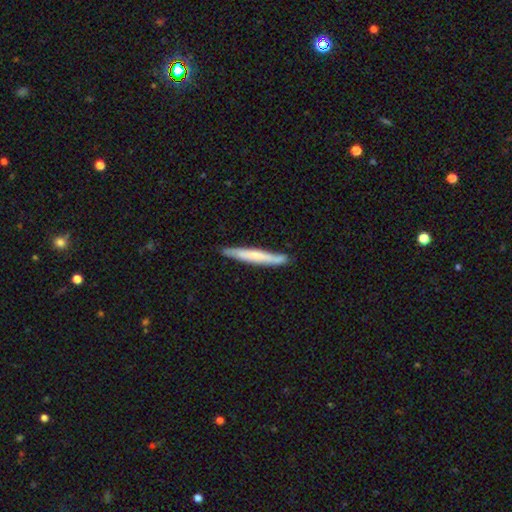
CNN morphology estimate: smooth_or_featured: smooth (p=0.53) [alt: featured or disk p=0.41]
how_rounded: cigar-shaped (p=0.95) [alt: in between p=0.03]
merging: none (p=0.81) [alt: minor disturbance p=0.14]